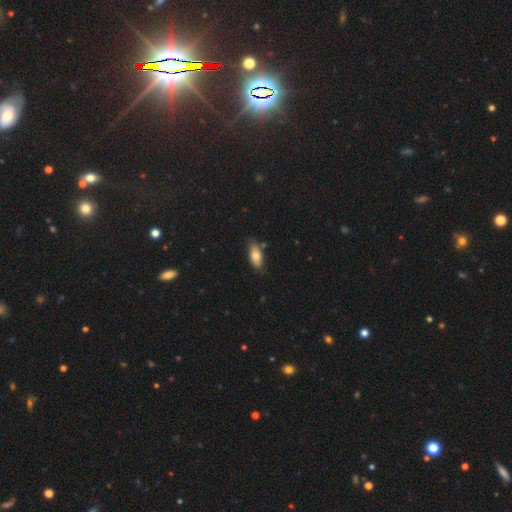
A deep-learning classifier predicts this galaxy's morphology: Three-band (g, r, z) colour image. It shows a smooth galaxy with no disk features (74%) that is in between round and cigar-shaped (86%). Merging: none (75%).